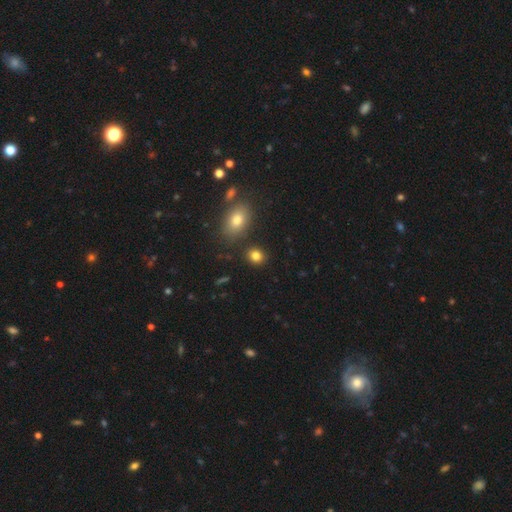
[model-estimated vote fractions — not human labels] smooth-or-featured: smooth: 83% | star or artifact: 11% | featured or disk: 6%
  how-rounded: round: 68% | in between: 30% | cigar-shaped: 1%
  merging: none: 84% | minor disturbance: 8% | merger: 5% | major disturbance: 3%